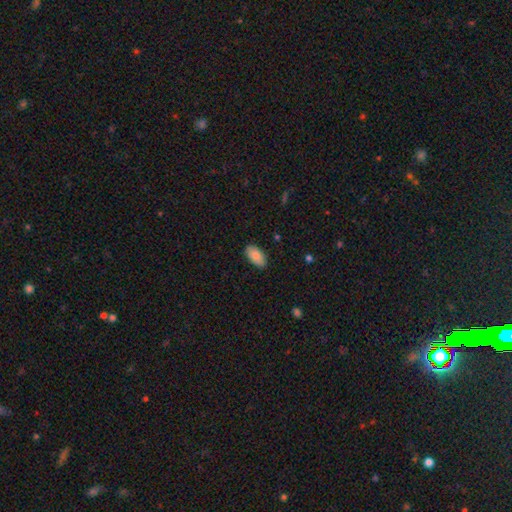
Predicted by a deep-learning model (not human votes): smooth_or_featured: smooth (p=0.87) [alt: star or artifact p=0.06]
how_rounded: in between (p=0.95) [alt: round p=0.03]
merging: none (p=0.87) [alt: minor disturbance p=0.10]